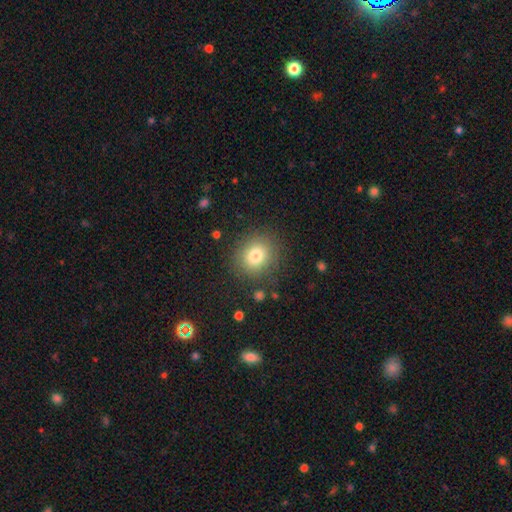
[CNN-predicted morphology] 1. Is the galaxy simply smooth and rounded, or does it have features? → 79% smooth, 12% star or artifact, 9% featured or disk.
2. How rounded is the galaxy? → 80% round, 19% in between, 1% cigar-shaped.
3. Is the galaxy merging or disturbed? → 85% none, 9% minor disturbance, 4% major disturbance, 2% merger.